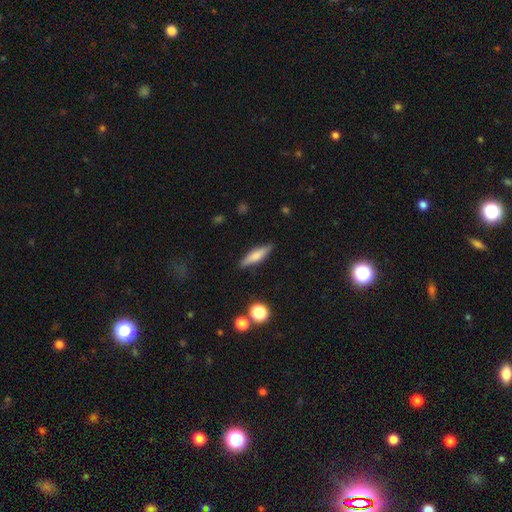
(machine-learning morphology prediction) A smooth galaxy with no disk features (61%) that is cigar-shaped (76%). Merging: none (87%).